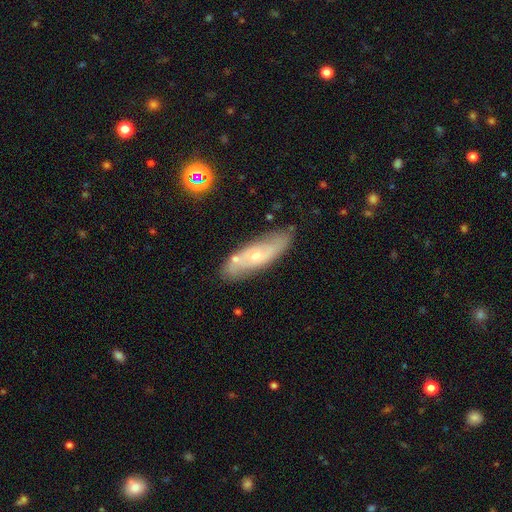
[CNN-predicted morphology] Smooth or featured? featured or disk (63%)
Edge-on disk? no (77%)
Merging? none (73%)